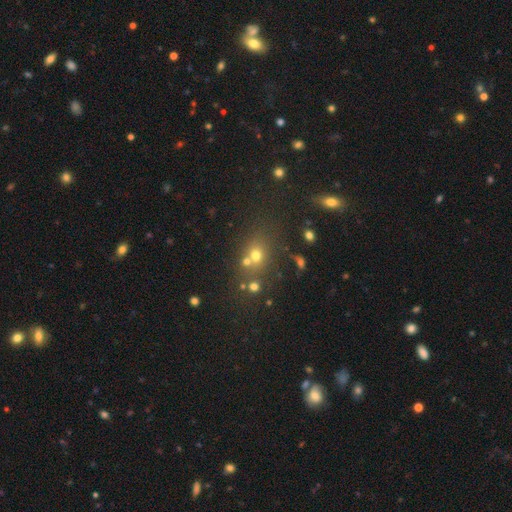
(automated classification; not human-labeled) Smooth or featured?
  - smooth: 61% *
  - star or artifact: 23%
  - featured or disk: 15%
How rounded?
  - round: 66% *
  - in between: 33%
  - cigar-shaped: 2%
Merging?
  - none: 54% *
  - merger: 28%
  - minor disturbance: 11%
  - major disturbance: 6%